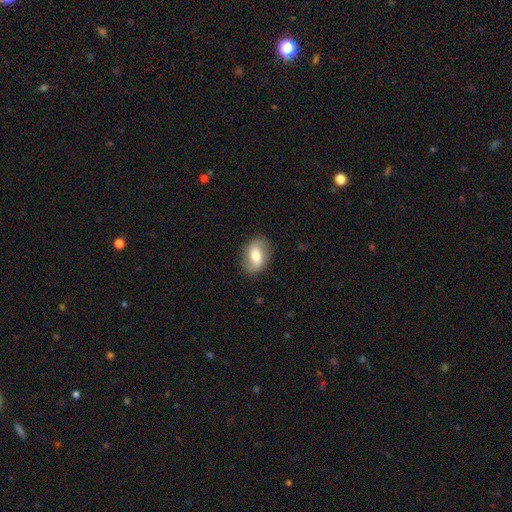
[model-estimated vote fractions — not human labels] Smooth or featured?
  - smooth: 65% *
  - featured or disk: 28%
  - star or artifact: 7%
How rounded?
  - in between: 85% *
  - round: 12%
  - cigar-shaped: 2%
Merging?
  - none: 83% *
  - minor disturbance: 13%
  - major disturbance: 4%
  - merger: 1%